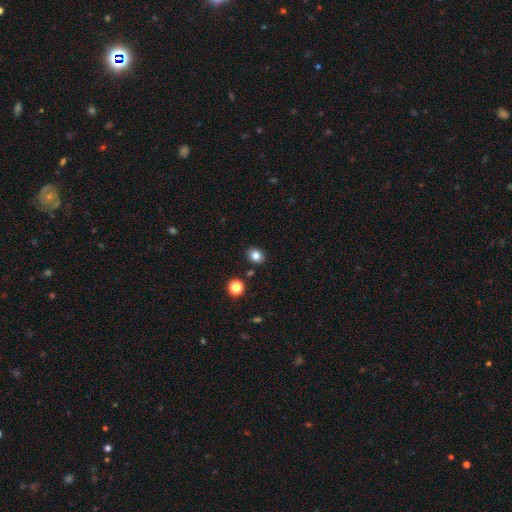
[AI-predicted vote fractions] smooth 82%, star or artifact 12%, featured or disk 6%. Down the decision tree: how rounded — round (65%); merging — none (88%).